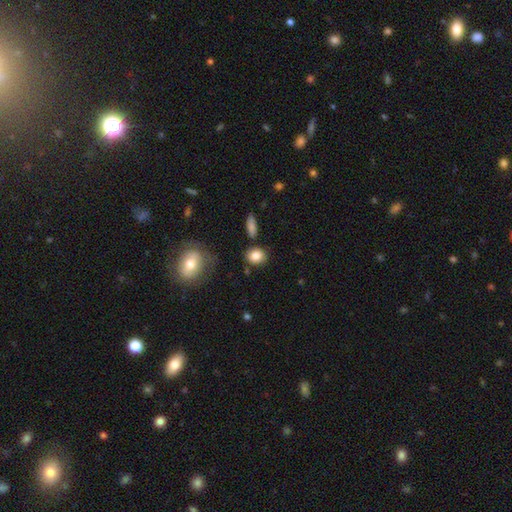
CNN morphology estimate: Smooth or featured: smooth — 83% (star or artifact — 9%)
How rounded: round — 66% (in between — 32%)
Merging: none — 80% (minor disturbance — 12%)